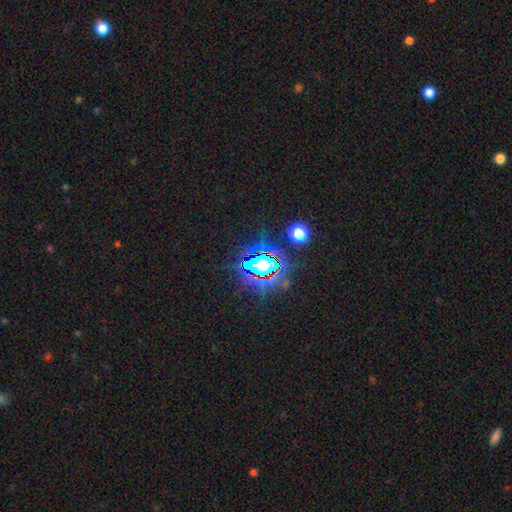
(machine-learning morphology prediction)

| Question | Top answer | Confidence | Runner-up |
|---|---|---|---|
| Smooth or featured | star or artifact | 68% | smooth (19%) |